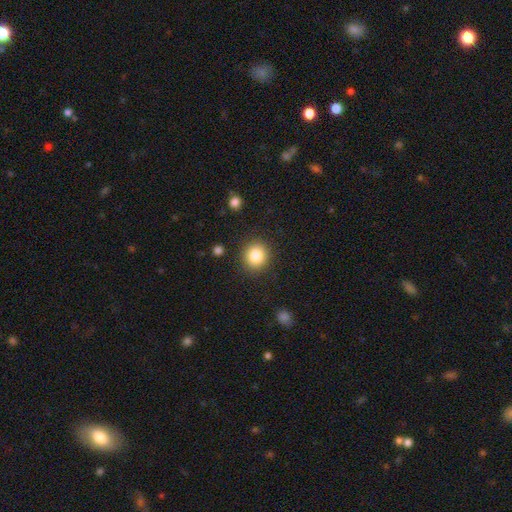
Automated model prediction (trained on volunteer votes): smooth_or_featured: smooth (p=0.83) [alt: star or artifact p=0.10]
how_rounded: round (p=0.85) [alt: in between p=0.14]
merging: none (p=0.89) [alt: minor disturbance p=0.07]